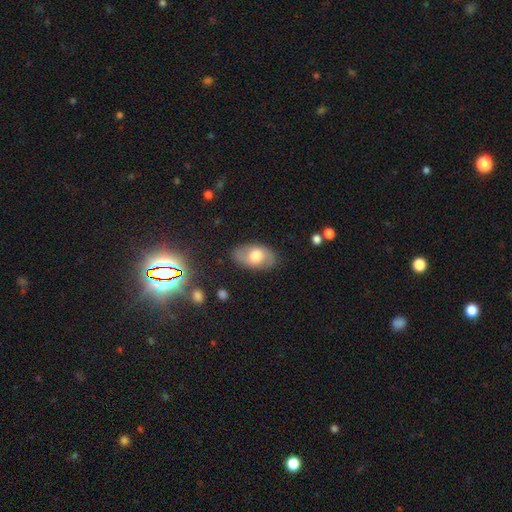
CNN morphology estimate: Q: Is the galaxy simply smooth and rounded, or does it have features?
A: smooth — 57%.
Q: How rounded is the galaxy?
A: in between — 91%.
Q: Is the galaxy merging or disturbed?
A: none — 79%.